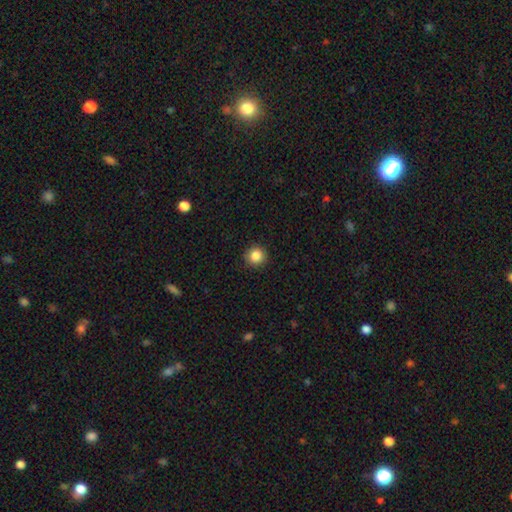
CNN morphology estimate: This is clearly a smooth galaxy (86%). How rounded: clearly round (93%). Merging: clearly none (92%).